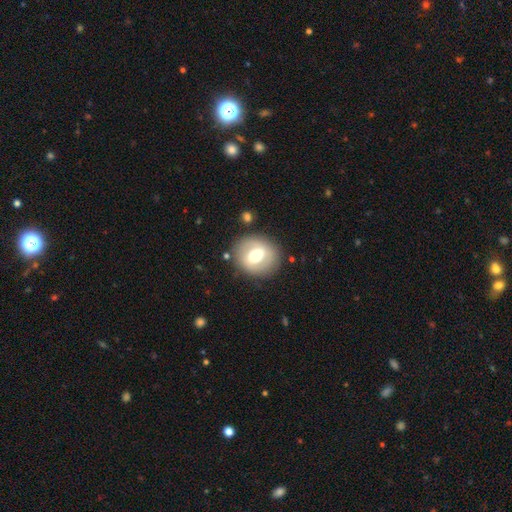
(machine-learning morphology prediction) Smooth or featured? Predicted: smooth (p=0.53). How rounded? Predicted: round (p=0.73). Merging? Predicted: none (p=0.82).